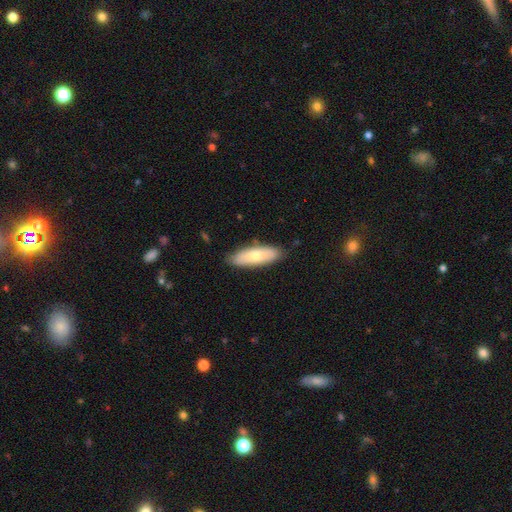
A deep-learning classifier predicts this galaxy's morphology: type=smooth (72%); roundness=in between (58%); merging=none (84%).